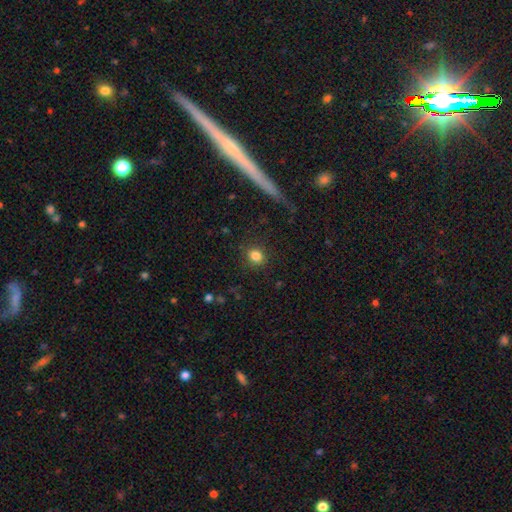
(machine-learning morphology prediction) type=smooth (83%); roundness=round (78%); merging=none (87%).